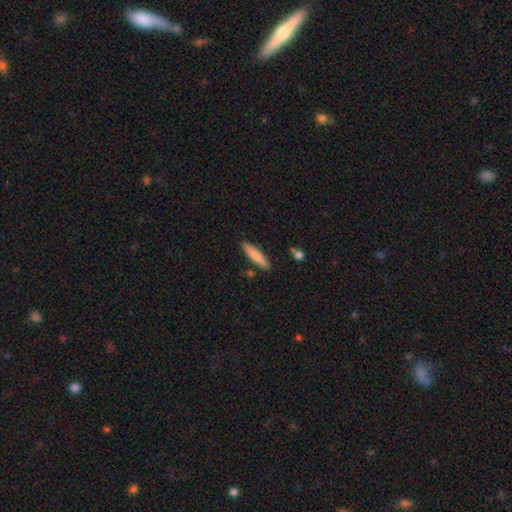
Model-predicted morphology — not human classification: This is likely a smooth galaxy (78%). How rounded: clearly cigar-shaped (83%). Merging: clearly none (86%).